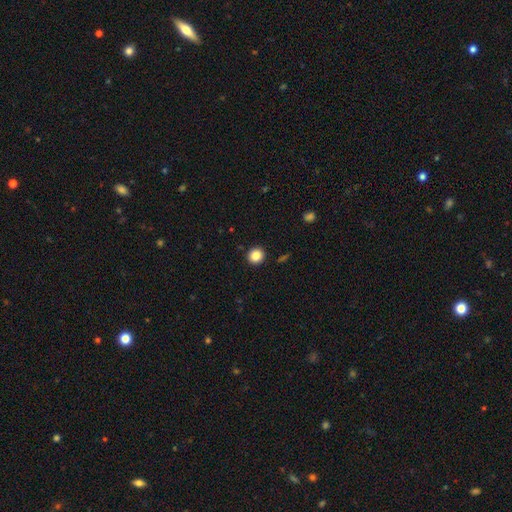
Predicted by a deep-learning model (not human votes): Q: Smooth or featured?
A: smooth (85%); runner-up: star or artifact (10%)
Q: How rounded?
A: round (92%); runner-up: in between (7%)
Q: Merging?
A: none (92%); runner-up: minor disturbance (5%)